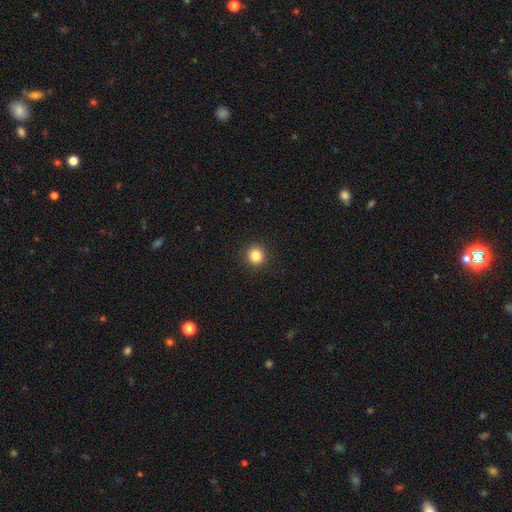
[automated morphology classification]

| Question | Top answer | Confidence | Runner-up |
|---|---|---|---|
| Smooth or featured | smooth | 84% | star or artifact (11%) |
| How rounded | round | 94% | in between (5%) |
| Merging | none | 93% | minor disturbance (5%) |